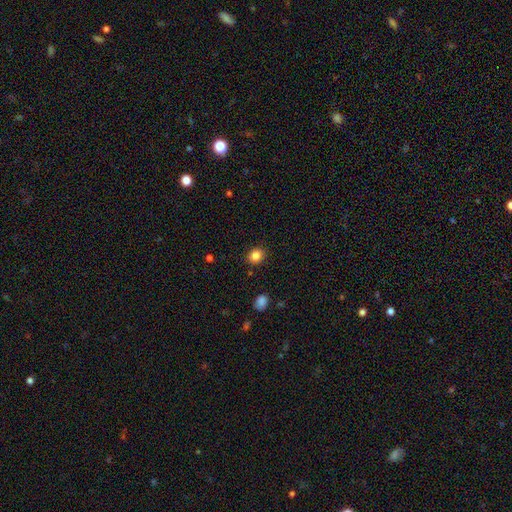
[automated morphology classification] Q: Smooth or featured?
A: smooth (85%); runner-up: star or artifact (11%)
Q: How rounded?
A: round (70%); runner-up: in between (30%)
Q: Merging?
A: none (88%); runner-up: minor disturbance (8%)